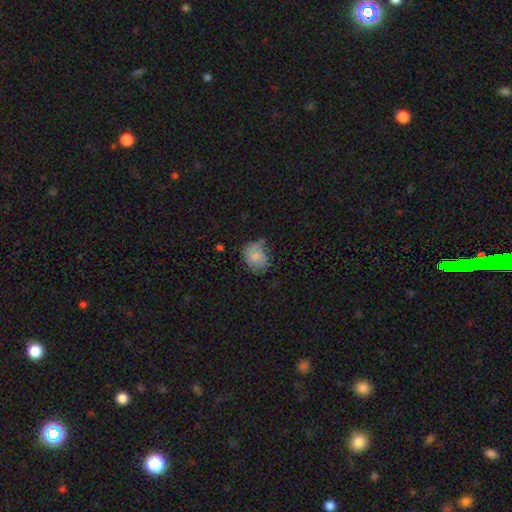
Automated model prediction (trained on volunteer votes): smooth-or-featured: smooth: 76% | featured or disk: 15% | star or artifact: 9%
  how-rounded: round: 54% | in between: 45% | cigar-shaped: 1%
  merging: none: 55% | minor disturbance: 31% | major disturbance: 10% | merger: 3%